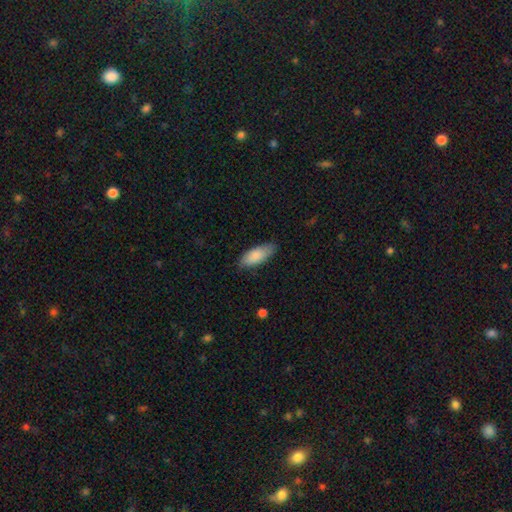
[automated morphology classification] This appears to be a smooth galaxy with no disk features (86%) that is in between round and cigar-shaped (79%). Merging: none (79%).